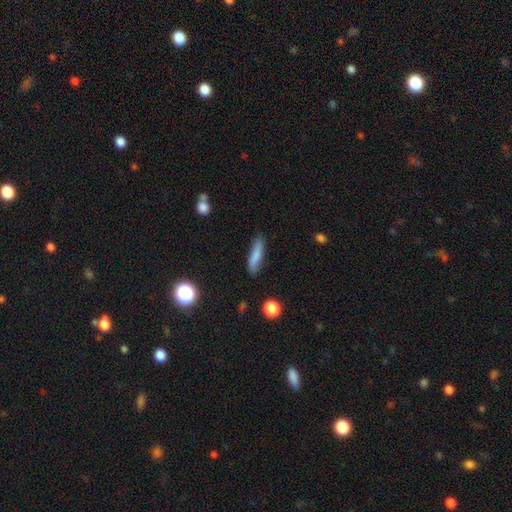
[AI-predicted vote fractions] smooth-or-featured: smooth: 81% | featured or disk: 12% | star or artifact: 7%
  how-rounded: cigar-shaped: 77% | in between: 21% | round: 2%
  merging: none: 83% | minor disturbance: 12% | major disturbance: 3% | merger: 2%